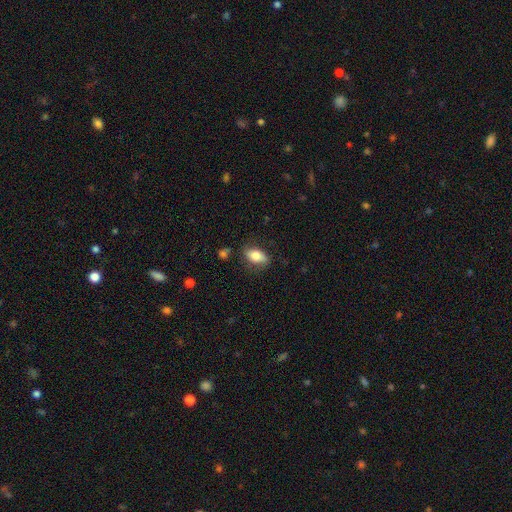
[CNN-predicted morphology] Smooth or featured? smooth (78%)
How rounded? in between (88%)
Merging? none (75%)